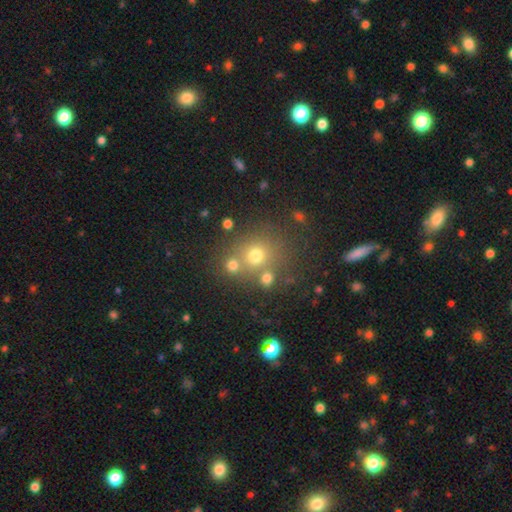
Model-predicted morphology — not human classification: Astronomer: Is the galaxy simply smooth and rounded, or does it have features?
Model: smooth — 65%.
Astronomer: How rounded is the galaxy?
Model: round — 84%.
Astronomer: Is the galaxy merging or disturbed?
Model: none — 64%.